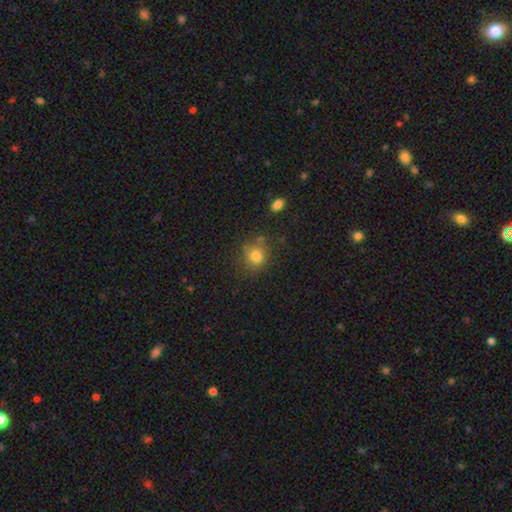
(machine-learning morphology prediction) smooth_or_featured: smooth (p=0.79) [alt: star or artifact p=0.13]
how_rounded: round (p=0.74) [alt: in between p=0.25]
merging: none (p=0.71) [alt: minor disturbance p=0.16]